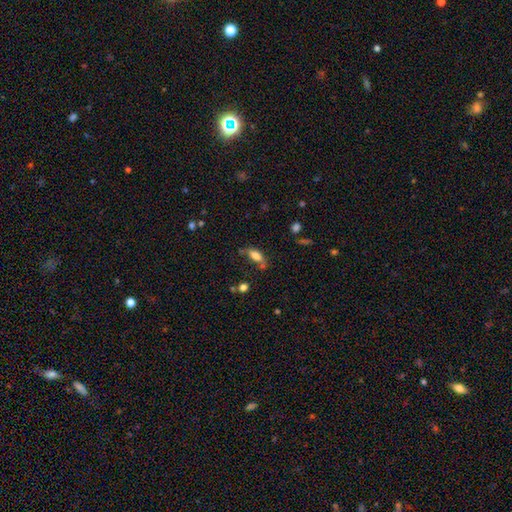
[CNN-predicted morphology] smooth_or_featured: smooth (p=0.75) [alt: featured or disk p=0.16]
how_rounded: in between (p=0.77) [alt: cigar-shaped p=0.20]
merging: none (p=0.57) [alt: minor disturbance p=0.24]